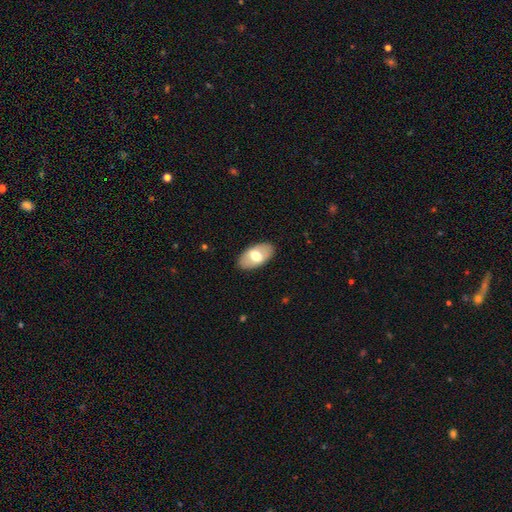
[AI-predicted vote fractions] Smooth or featured? smooth (61%)
How rounded? in between (94%)
Merging? none (87%)